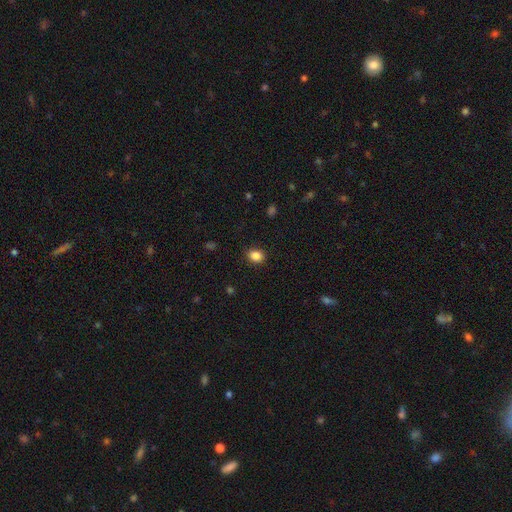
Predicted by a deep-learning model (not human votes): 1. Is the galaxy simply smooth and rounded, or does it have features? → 86% smooth, 10% star or artifact, 4% featured or disk.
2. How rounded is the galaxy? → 54% round, 45% in between, 1% cigar-shaped.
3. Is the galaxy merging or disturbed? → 88% none, 8% minor disturbance, 2% major disturbance, 1% merger.